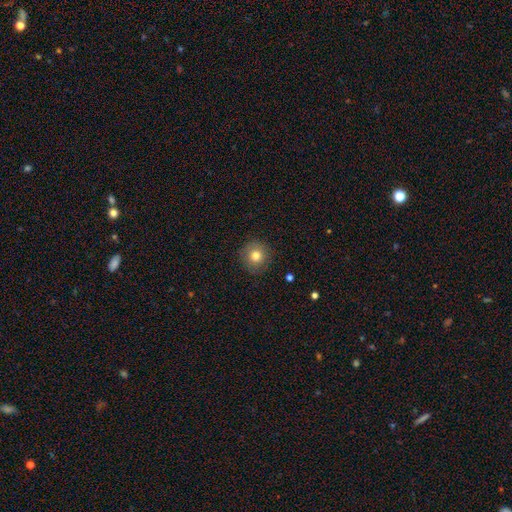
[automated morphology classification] This appears to be a smooth galaxy with no disk features (76%) that is round (93%). Merging: none (86%).